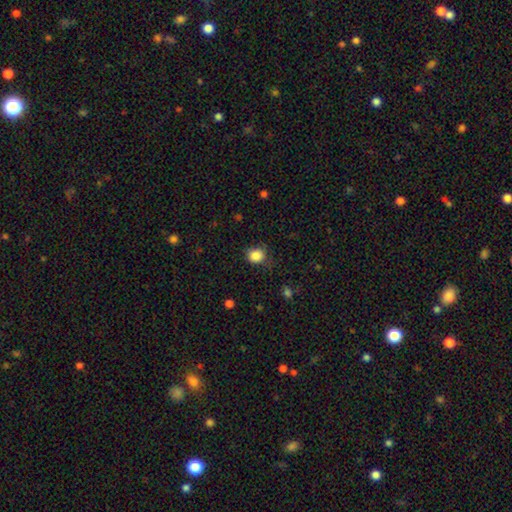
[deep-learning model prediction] A smooth galaxy with no disk features (86%) that is round (75%). Merging: none (73%).